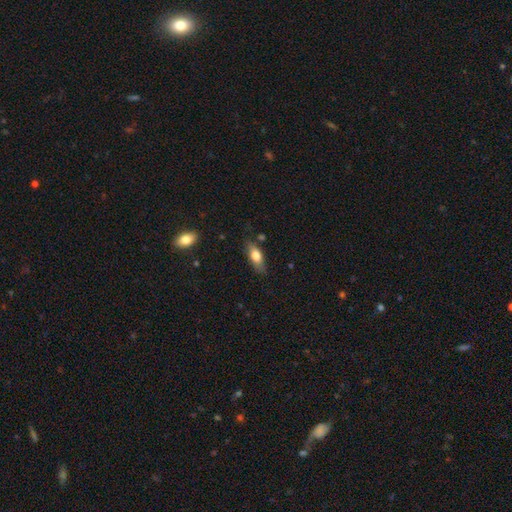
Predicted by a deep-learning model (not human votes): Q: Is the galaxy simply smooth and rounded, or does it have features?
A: smooth — 72%.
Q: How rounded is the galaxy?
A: in between — 75%.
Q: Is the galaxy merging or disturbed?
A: none — 76%.